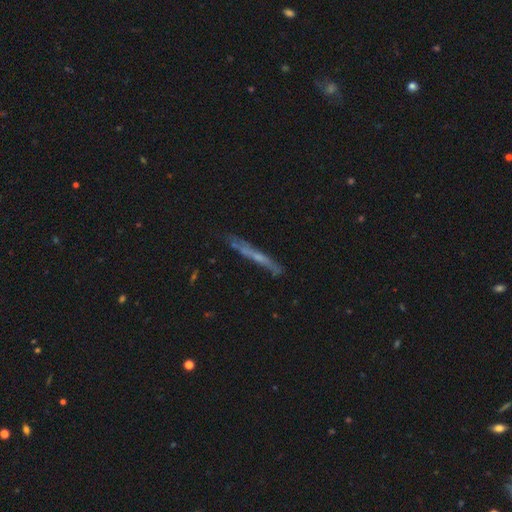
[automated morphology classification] Smooth or featured? featured or disk (55%)
Edge-on disk? yes (90%)
Edge-on bulge? none (66%)
Merging? none (78%)